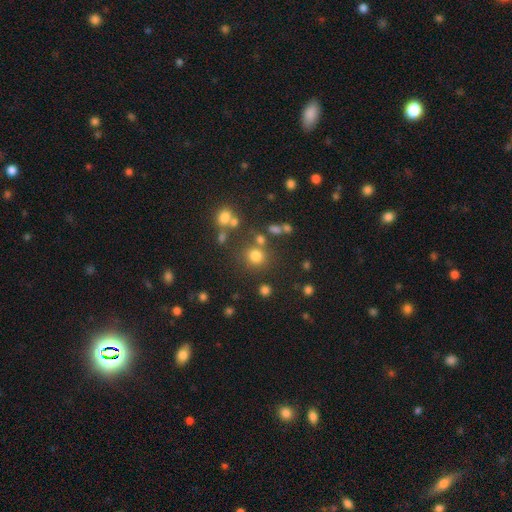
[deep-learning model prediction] smooth-or-featured: smooth: 75% | star or artifact: 18% | featured or disk: 7%
  how-rounded: round: 87% | in between: 12% | cigar-shaped: 1%
  merging: none: 72% | merger: 12% | minor disturbance: 10% | major disturbance: 5%